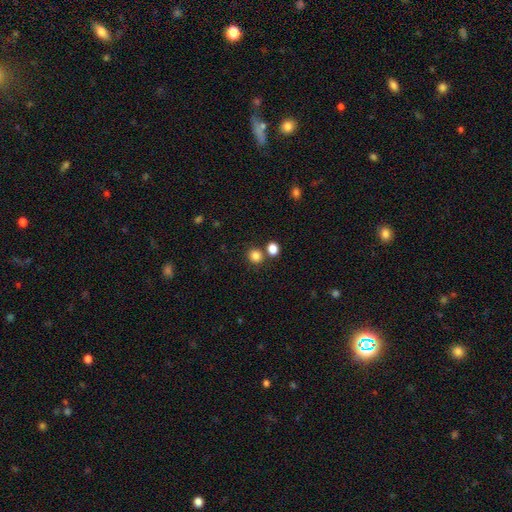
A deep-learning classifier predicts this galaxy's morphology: type=smooth (84%); roundness=round (77%); merging=none (72%).